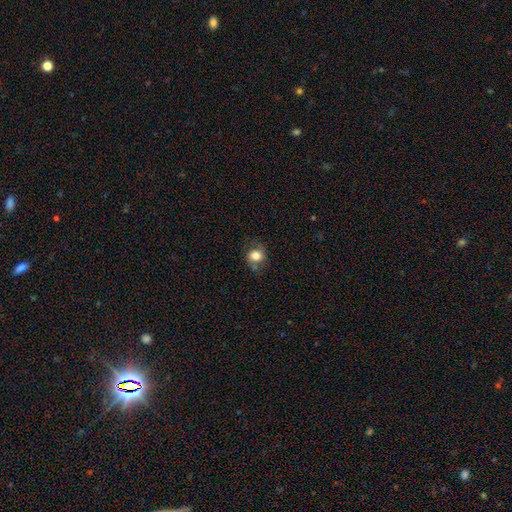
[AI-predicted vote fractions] Smooth or featured? Predicted: smooth (p=0.79). How rounded? Predicted: round (p=0.74). Merging? Predicted: none (p=0.68).